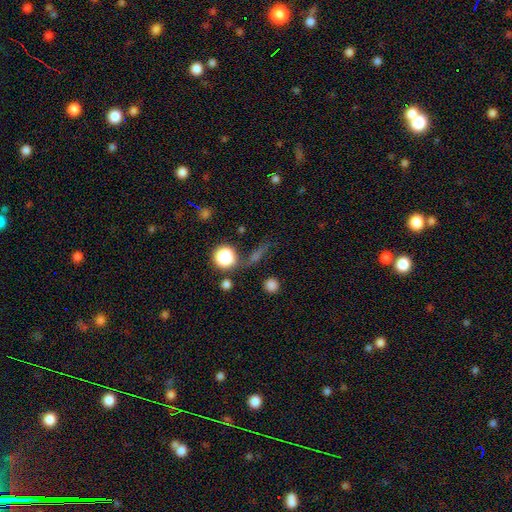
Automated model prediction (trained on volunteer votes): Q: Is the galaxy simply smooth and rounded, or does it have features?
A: star or artifact — 53%.